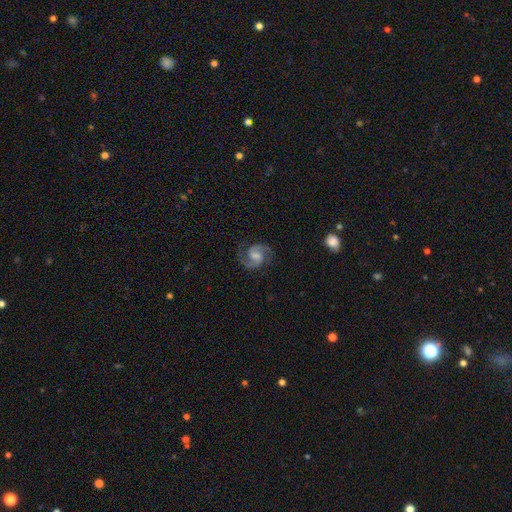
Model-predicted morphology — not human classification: A featured or disk galaxy (90%) with a weak bar (56%), 2 (94%) medium (63%) spiral arms (98%) and a moderate central bulge (39%).

Vote fractions:
- Smooth or featured? featured or disk: 90% / smooth: 6% / star or artifact: 5%
- Edge-on disk? no: 98% / yes: 2%
- Bar? weak: 56% / no: 27% / strong: 18%
- Spiral arms? yes: 98% / no: 2%
- Spiral winding? medium: 63% / loose: 19% / tight: 18%
- Spiral arm count? 2: 94% / can't tell: 2% / 3: 1% / 1: 1% / 4: 1% / more than 4: 1%
- Bulge size? moderate: 39% / small: 29% / none: 22% / large: 8% / dominant: 1%
- Merging? none: 82% / minor disturbance: 13% / major disturbance: 5% / merger: 1%